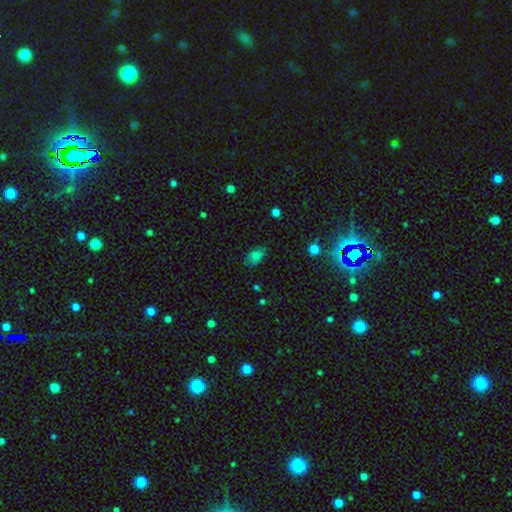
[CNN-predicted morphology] Smooth or featured: smooth — 76% (star or artifact — 13%)
How rounded: in between — 86% (round — 12%)
Merging: none — 75% (minor disturbance — 20%)